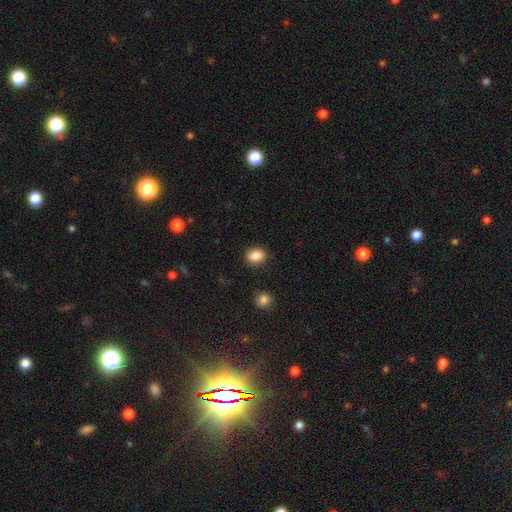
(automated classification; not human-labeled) Smooth or featured: smooth — 86% (star or artifact — 9%)
How rounded: round — 64% (in between — 35%)
Merging: none — 88% (minor disturbance — 8%)